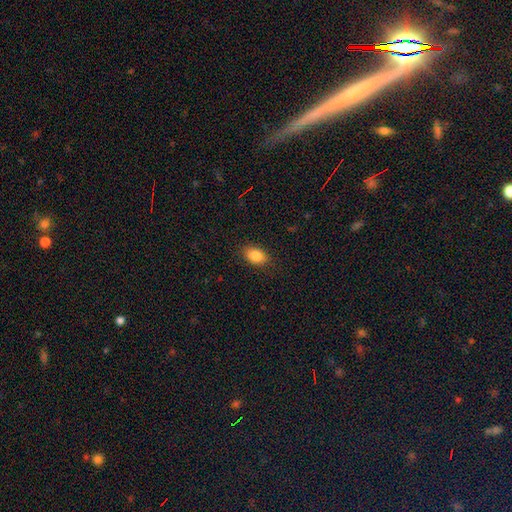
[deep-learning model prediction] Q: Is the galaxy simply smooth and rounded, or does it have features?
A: smooth — 85%.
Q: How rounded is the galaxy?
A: in between — 85%.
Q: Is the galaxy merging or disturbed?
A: none — 87%.